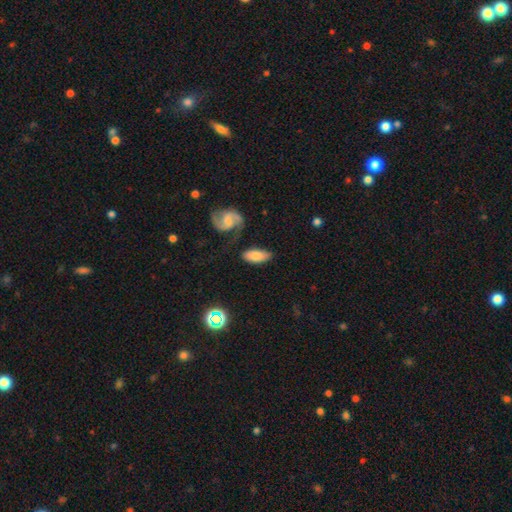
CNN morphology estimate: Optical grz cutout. It shows a smooth galaxy with no disk features (69%) that is in between round and cigar-shaped (86%). Merging: none (69%).